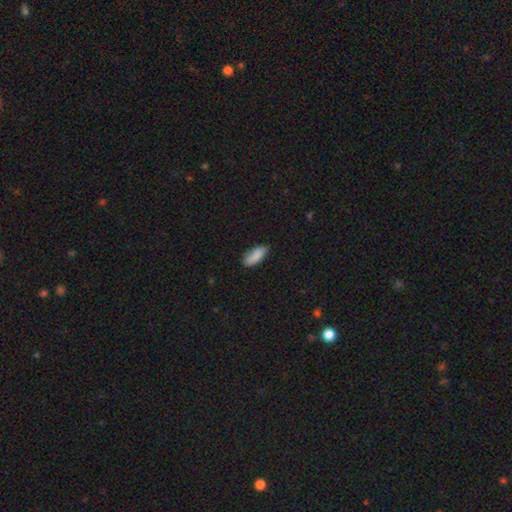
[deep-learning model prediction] Overall: smooth (86%). How rounded: in between (78%). Merging: none (77%).